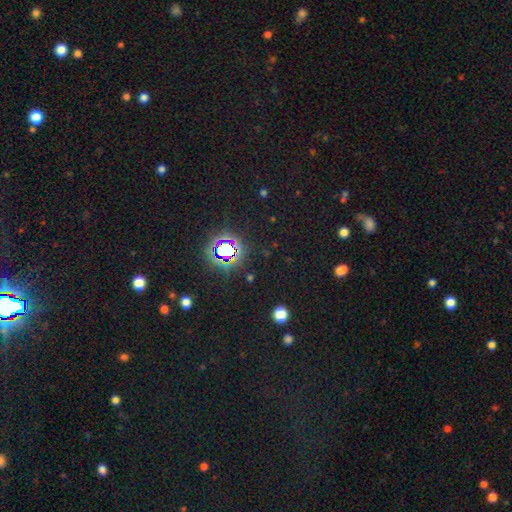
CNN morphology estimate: Smooth or featured?
  - star or artifact: 72% *
  - smooth: 21%
  - featured or disk: 7%